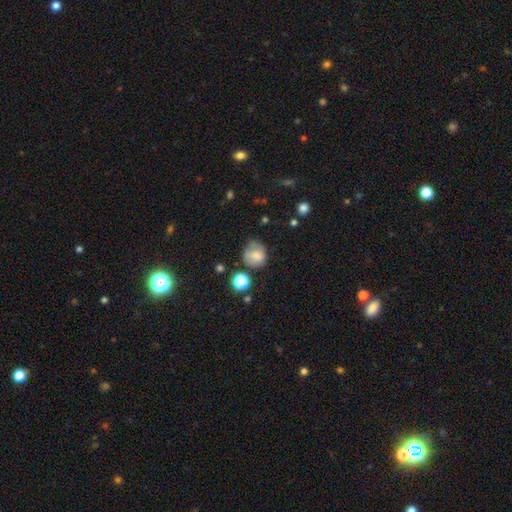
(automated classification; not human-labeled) A smooth galaxy with no disk features (73%) that is round (76%). Merging: none (61%).